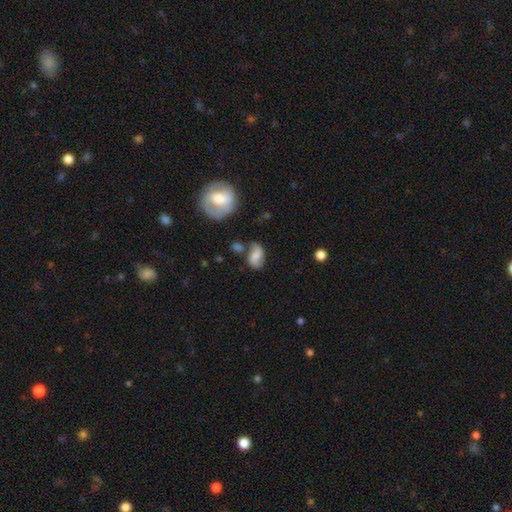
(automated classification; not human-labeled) Smooth or featured: featured or disk — 47% (smooth — 44%)
Merging: none — 59% (minor disturbance — 22%)